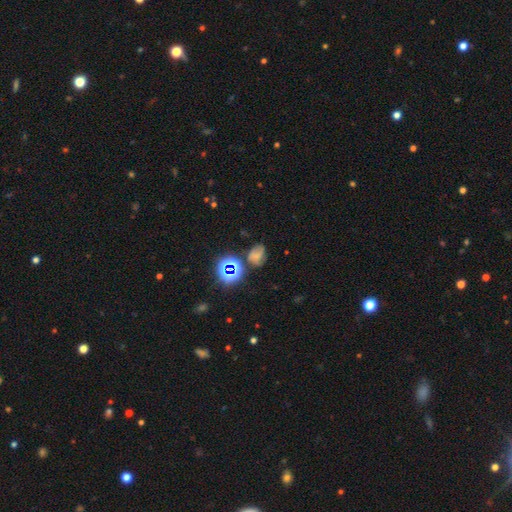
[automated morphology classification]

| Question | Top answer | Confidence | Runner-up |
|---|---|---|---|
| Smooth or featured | smooth | 45% | star or artifact (30%) |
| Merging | none | 51% | minor disturbance (26%) |